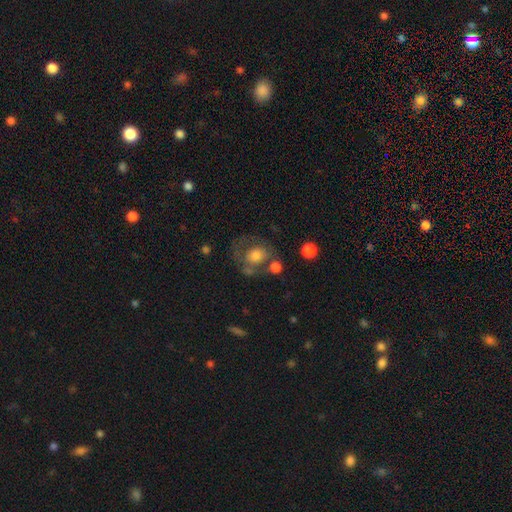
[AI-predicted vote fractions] Smooth or featured?
  - smooth: 56% *
  - featured or disk: 35%
  - star or artifact: 9%
How rounded?
  - round: 71% *
  - in between: 28%
  - cigar-shaped: 1%
Merging?
  - none: 49% *
  - minor disturbance: 19%
  - major disturbance: 18%
  - merger: 14%